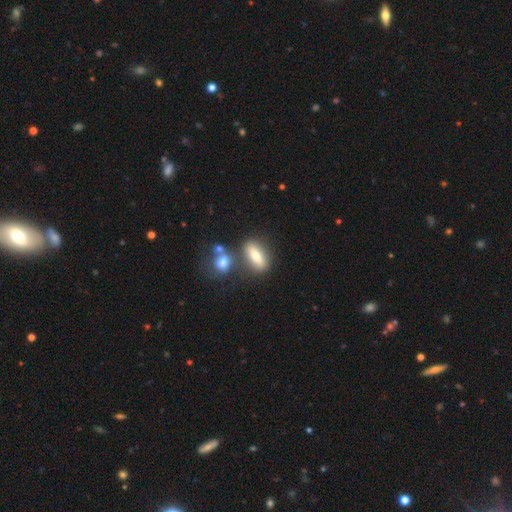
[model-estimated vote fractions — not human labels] A smooth galaxy with no disk features (70%) that is in between round and cigar-shaped (65%). Merging: none (67%).